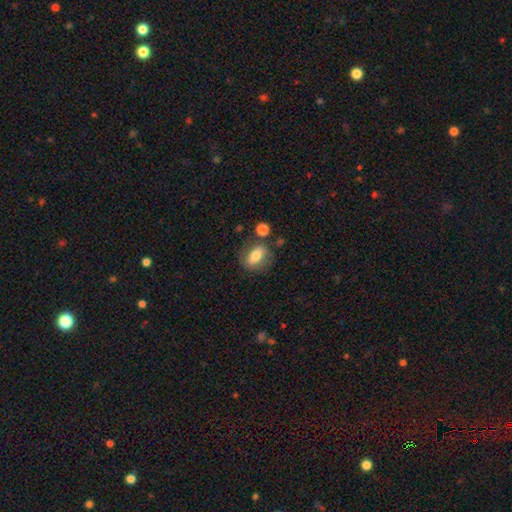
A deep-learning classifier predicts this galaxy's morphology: Q: Smooth or featured?
A: smooth (68%); runner-up: featured or disk (24%)
Q: How rounded?
A: in between (75%); runner-up: round (21%)
Q: Merging?
A: none (69%); runner-up: minor disturbance (16%)